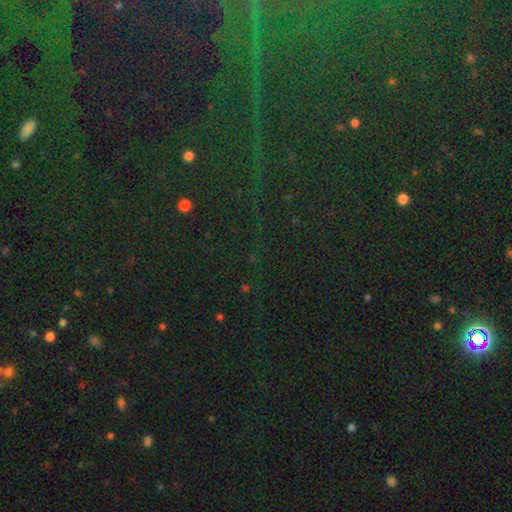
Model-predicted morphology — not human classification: type=star or artifact (85%).